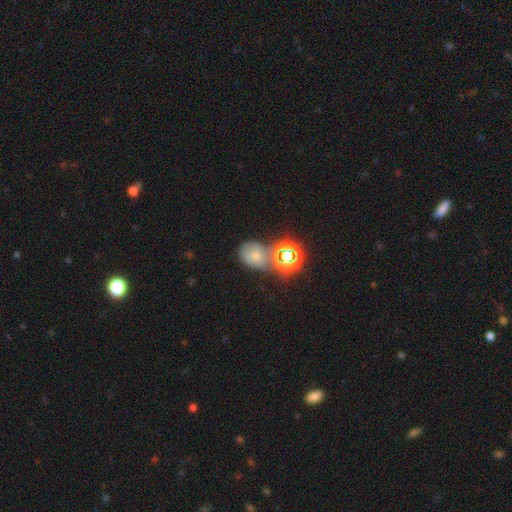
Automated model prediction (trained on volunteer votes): smooth_or_featured: smooth (p=0.52) [alt: star or artifact p=0.29]
how_rounded: in between (p=0.57) [alt: round p=0.42]
merging: none (p=0.43) [alt: merger p=0.26]